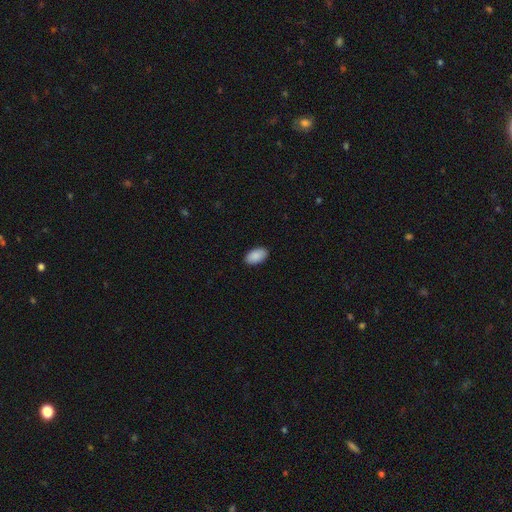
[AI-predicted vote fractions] Smooth or featured? Predicted: smooth (p=0.91). How rounded? Predicted: in between (p=0.95). Merging? Predicted: none (p=0.89).